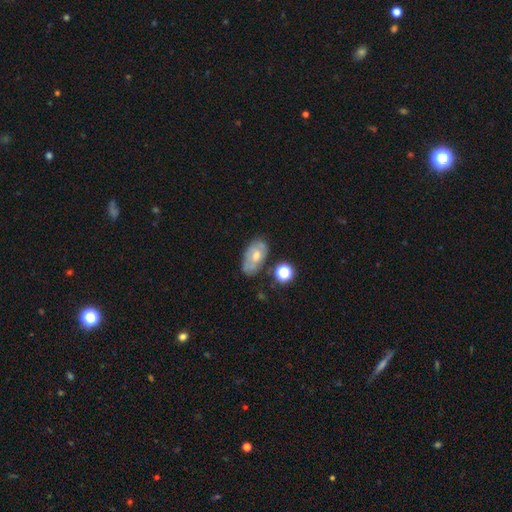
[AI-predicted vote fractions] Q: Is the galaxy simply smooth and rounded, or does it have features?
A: smooth — 47%.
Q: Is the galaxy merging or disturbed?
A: none — 61%.